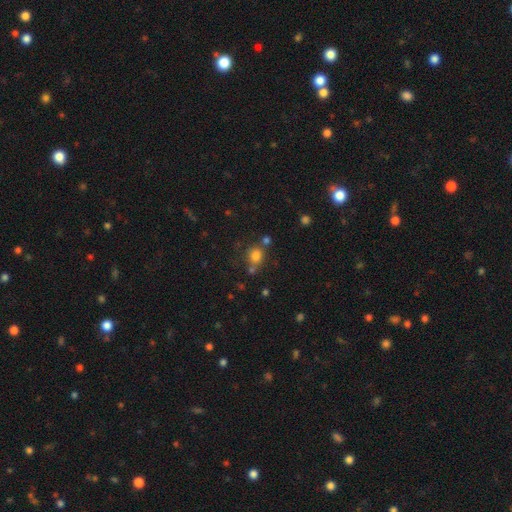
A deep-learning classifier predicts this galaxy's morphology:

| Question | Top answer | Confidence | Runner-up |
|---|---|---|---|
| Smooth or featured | smooth | 78% | star or artifact (15%) |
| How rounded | round | 79% | in between (20%) |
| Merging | none | 62% | merger (20%) |